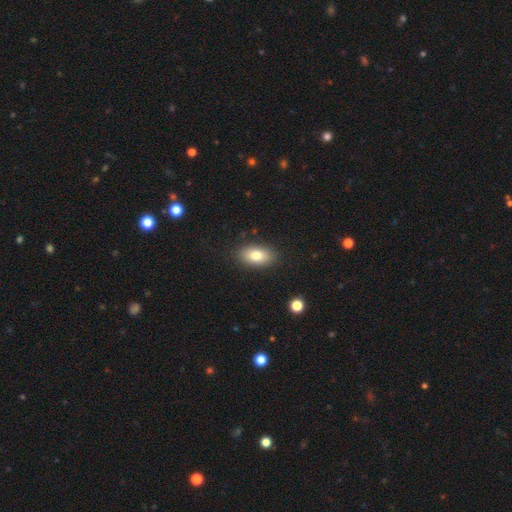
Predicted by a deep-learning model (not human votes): Q: Smooth or featured?
A: smooth (81%); runner-up: featured or disk (12%)
Q: How rounded?
A: in between (90%); runner-up: round (7%)
Q: Merging?
A: none (87%); runner-up: minor disturbance (9%)